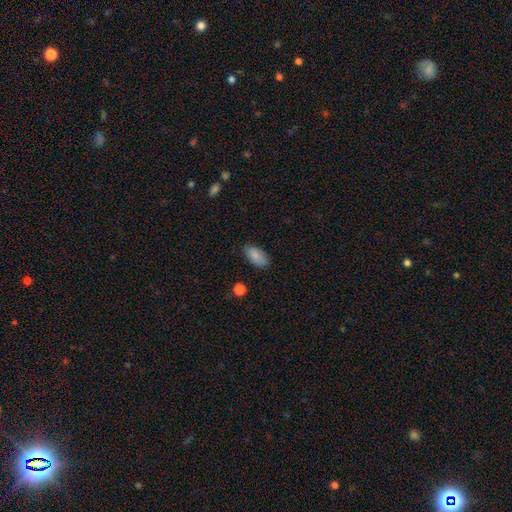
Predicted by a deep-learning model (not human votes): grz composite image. It shows a smooth galaxy with no disk features (86%) that is in between round and cigar-shaped (92%). Merging: none (82%).